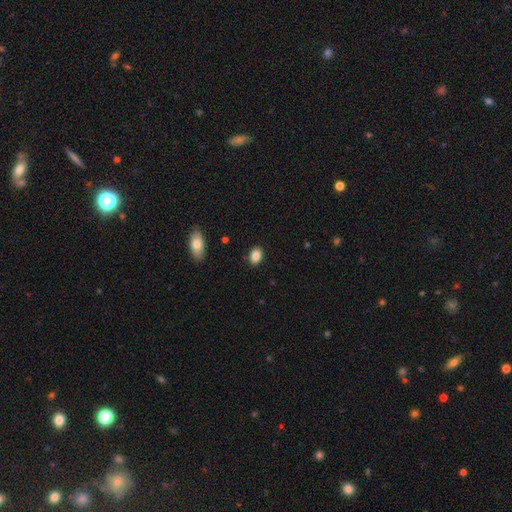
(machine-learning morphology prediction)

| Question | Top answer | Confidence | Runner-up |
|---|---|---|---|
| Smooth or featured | smooth | 86% | star or artifact (8%) |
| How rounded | in between | 78% | round (21%) |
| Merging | none | 88% | minor disturbance (9%) |